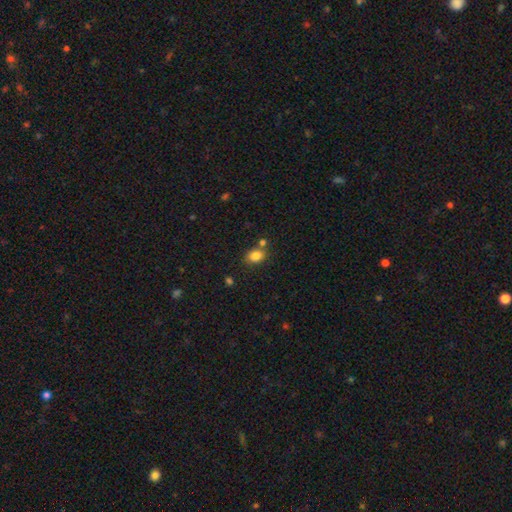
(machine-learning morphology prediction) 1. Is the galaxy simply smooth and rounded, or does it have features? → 84% smooth, 10% star or artifact, 6% featured or disk.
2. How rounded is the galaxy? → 74% in between, 24% round, 1% cigar-shaped.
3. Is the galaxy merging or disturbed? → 69% none, 15% merger, 13% minor disturbance, 3% major disturbance.